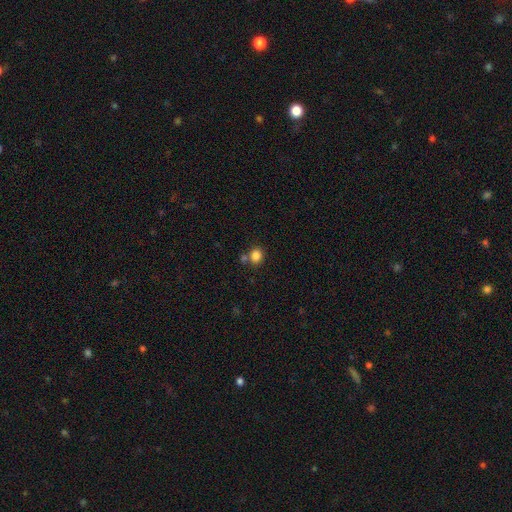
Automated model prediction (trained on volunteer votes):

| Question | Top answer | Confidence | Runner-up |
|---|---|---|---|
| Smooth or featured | smooth | 84% | star or artifact (11%) |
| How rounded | round | 69% | in between (30%) |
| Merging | none | 69% | merger (17%) |